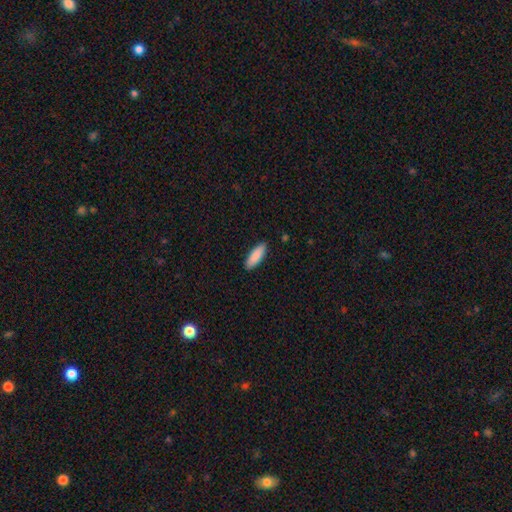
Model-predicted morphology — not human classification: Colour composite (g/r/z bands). It shows a smooth galaxy with no disk features (90%) that is in between round and cigar-shaped (56%). Merging: none (89%).